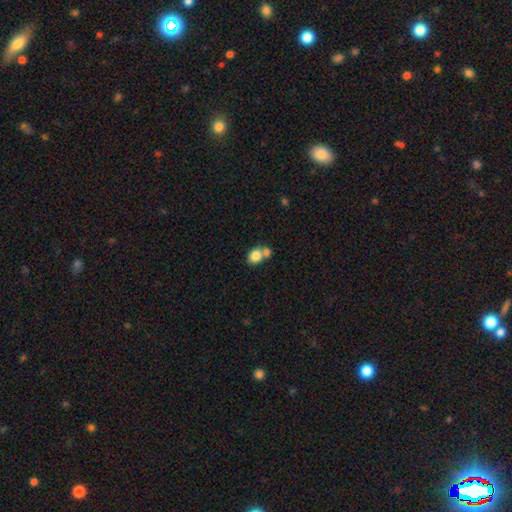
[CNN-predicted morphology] A smooth galaxy with no disk features (81%) that is round (53%).

Vote fractions:
- Smooth or featured? smooth: 81% / featured or disk: 10% / star or artifact: 9%
- How rounded? round: 53% / in between: 46% / cigar-shaped: 1%
- Merging? merger: 48% / none: 39% / minor disturbance: 9% / major disturbance: 3%